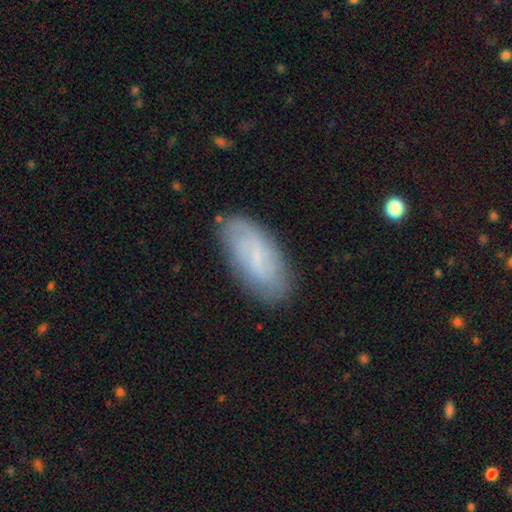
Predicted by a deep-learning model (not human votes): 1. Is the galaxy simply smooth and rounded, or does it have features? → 50% smooth, 42% featured or disk, 8% star or artifact.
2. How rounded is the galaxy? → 86% in between, 11% cigar-shaped, 3% round.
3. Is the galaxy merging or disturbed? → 80% none, 15% minor disturbance, 4% major disturbance, 1% merger.